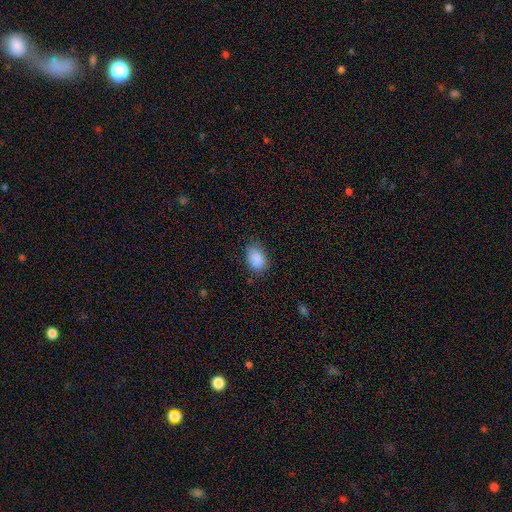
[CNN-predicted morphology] The model was most divided on "merging": none: 80%, minor disturbance: 16%, major disturbance: 4%, merger: 1%. More confident: smooth or featured — smooth (88%); how rounded — in between (84%).